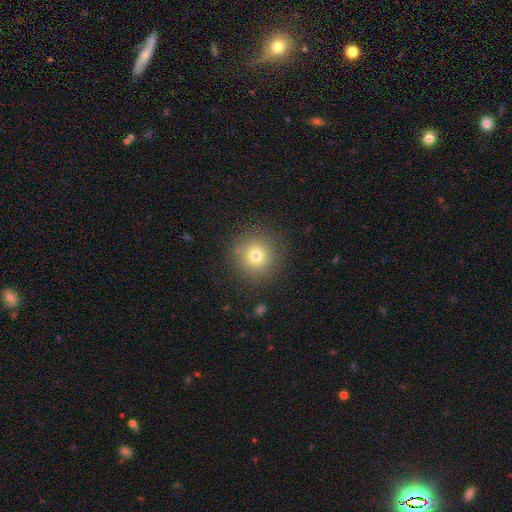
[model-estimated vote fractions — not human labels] smooth 74%, star or artifact 15%, featured or disk 11%. Down the decision tree: how rounded — round (94%); merging — none (87%).